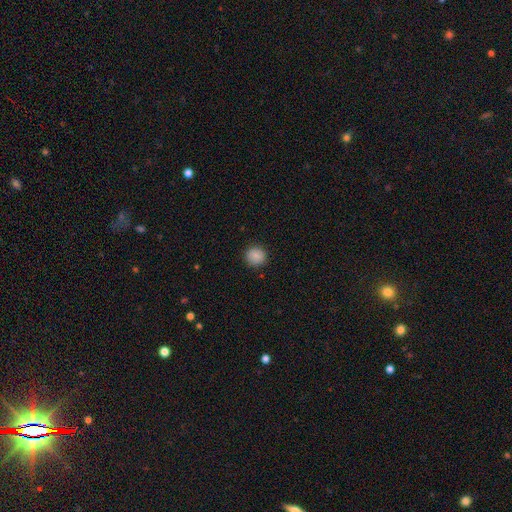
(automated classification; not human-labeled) Smooth or featured: smooth — 87% (star or artifact — 8%)
How rounded: round — 91% (in between — 8%)
Merging: none — 90% (minor disturbance — 7%)